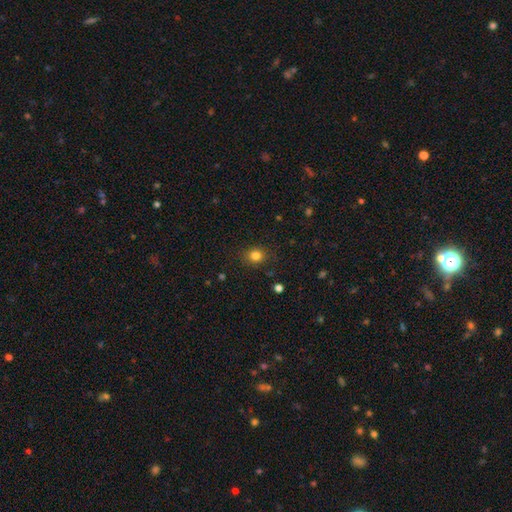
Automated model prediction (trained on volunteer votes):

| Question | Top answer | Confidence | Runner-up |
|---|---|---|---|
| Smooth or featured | smooth | 82% | star or artifact (13%) |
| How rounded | round | 73% | in between (26%) |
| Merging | none | 86% | minor disturbance (10%) |